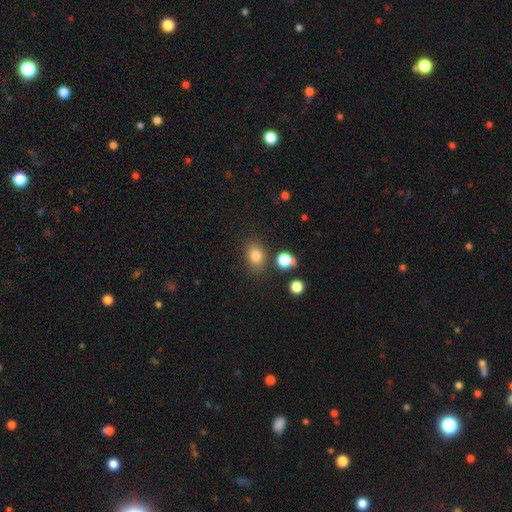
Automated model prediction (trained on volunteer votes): A smooth galaxy with no disk features (81%) that is in between round and cigar-shaped (57%).

Vote fractions:
- Smooth or featured? smooth: 81% / star or artifact: 12% / featured or disk: 7%
- How rounded? in between: 57% / round: 41% / cigar-shaped: 1%
- Merging? none: 78% / minor disturbance: 12% / merger: 6% / major disturbance: 4%